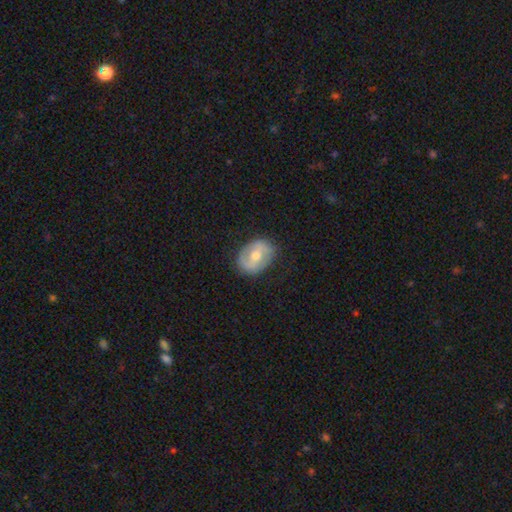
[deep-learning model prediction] The model was most divided on "spiral arms": yes: 52%, no: 48%. Remaining: edge-on disk — no (95%); merging — none (79%); bulge size — moderate (71%); smooth or featured — featured or disk (57%); bar — weak (40%).